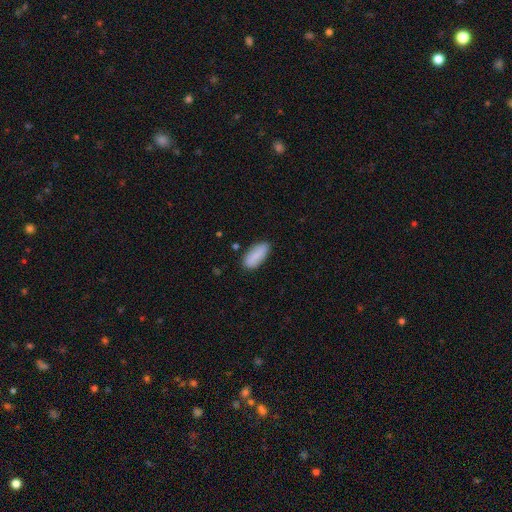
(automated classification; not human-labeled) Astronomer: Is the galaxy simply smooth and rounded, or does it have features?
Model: smooth — 82%.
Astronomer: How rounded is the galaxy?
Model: in between — 86%.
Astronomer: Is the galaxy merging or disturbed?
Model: none — 81%.